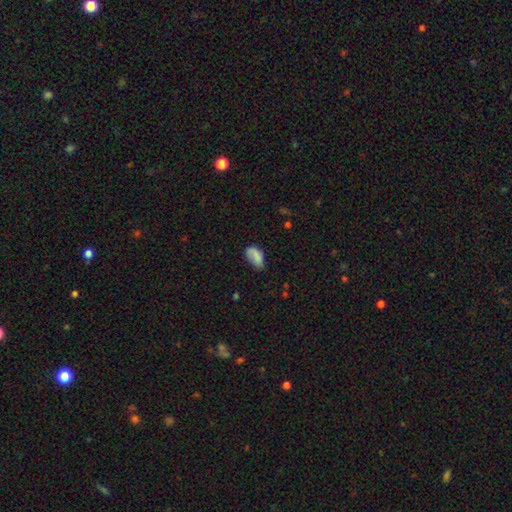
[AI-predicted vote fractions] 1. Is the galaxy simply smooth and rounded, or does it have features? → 77% smooth, 14% featured or disk, 9% star or artifact.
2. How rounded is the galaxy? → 92% in between, 6% round, 2% cigar-shaped.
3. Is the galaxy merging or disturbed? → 54% none, 30% minor disturbance, 13% major disturbance, 3% merger.